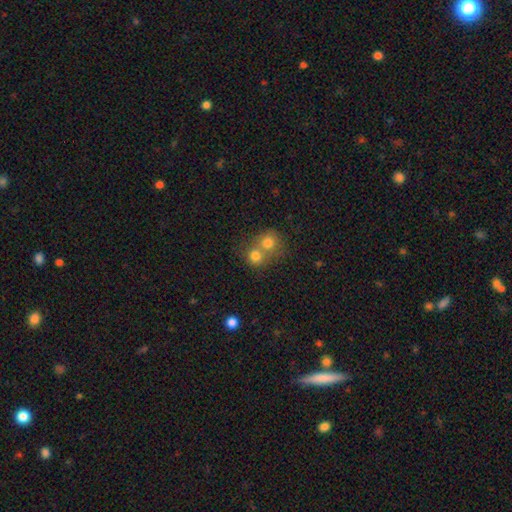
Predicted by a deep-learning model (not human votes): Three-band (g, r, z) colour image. It shows a smooth galaxy with no disk features (76%) that is round (83%). Merging: merger (58%).